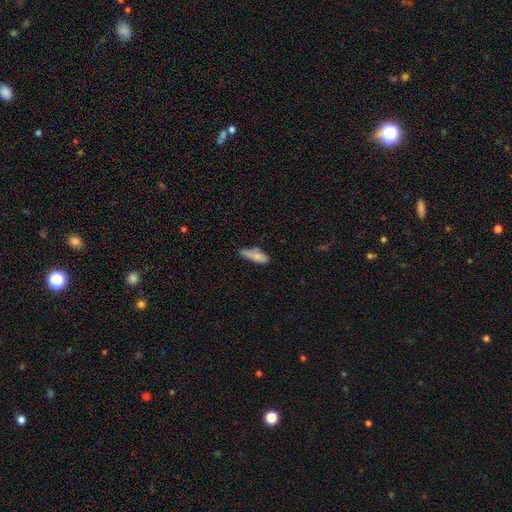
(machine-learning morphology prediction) smooth-or-featured: smooth: 78% | featured or disk: 15% | star or artifact: 8%
  how-rounded: cigar-shaped: 50% | in between: 48% | round: 2%
  merging: none: 54% | minor disturbance: 30% | major disturbance: 8% | merger: 8%